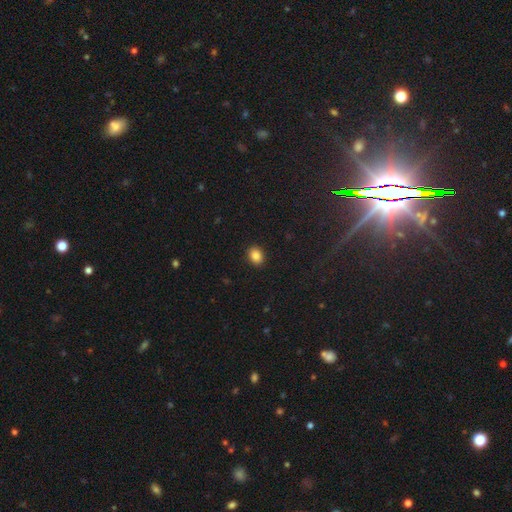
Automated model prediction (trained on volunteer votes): Smooth or featured: smooth — 87% (star or artifact — 9%)
How rounded: in between — 60% (round — 39%)
Merging: none — 91% (minor disturbance — 6%)